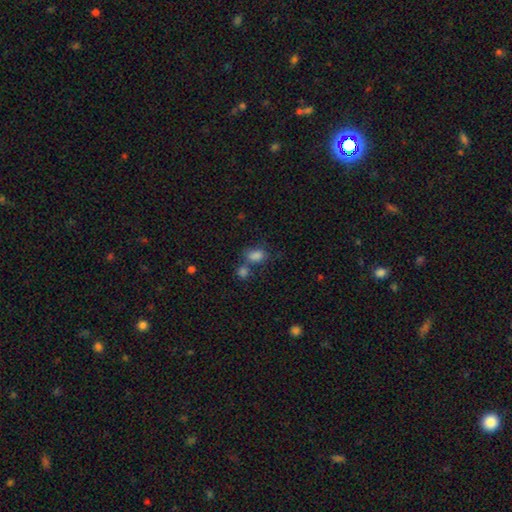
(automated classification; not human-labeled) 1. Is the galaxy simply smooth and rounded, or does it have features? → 81% smooth, 12% star or artifact, 7% featured or disk.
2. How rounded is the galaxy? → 78% in between, 21% round, 2% cigar-shaped.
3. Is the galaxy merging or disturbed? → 44% none, 35% merger, 14% minor disturbance, 7% major disturbance.